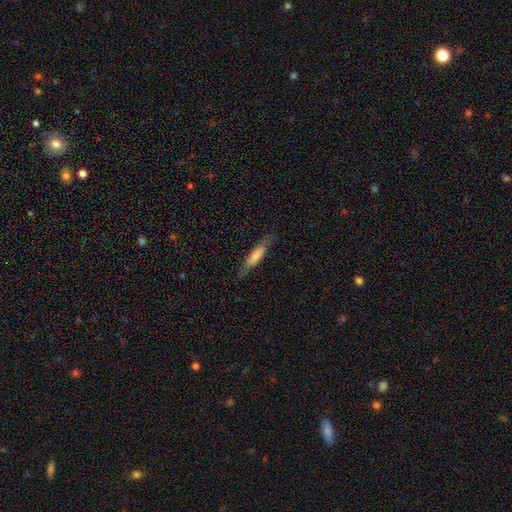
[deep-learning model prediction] smooth_or_featured: smooth (p=0.71) [alt: featured or disk p=0.23]
how_rounded: cigar-shaped (p=0.74) [alt: in between p=0.24]
merging: none (p=0.81) [alt: minor disturbance p=0.14]